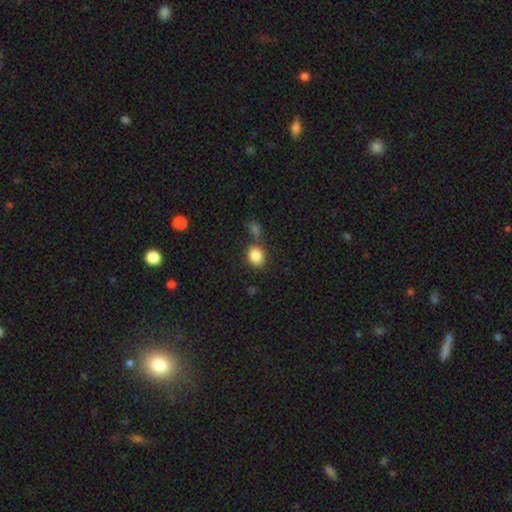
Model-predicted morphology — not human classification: smooth 85%, star or artifact 10%, featured or disk 5%. Down the decision tree: how rounded — round (63%); merging — none (67%).